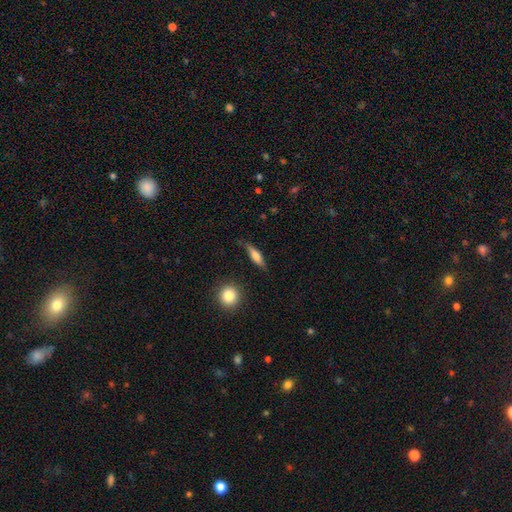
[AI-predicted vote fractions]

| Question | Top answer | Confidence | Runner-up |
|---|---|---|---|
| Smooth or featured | smooth | 63% | featured or disk (30%) |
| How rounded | cigar-shaped | 60% | in between (35%) |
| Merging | none | 76% | minor disturbance (17%) |